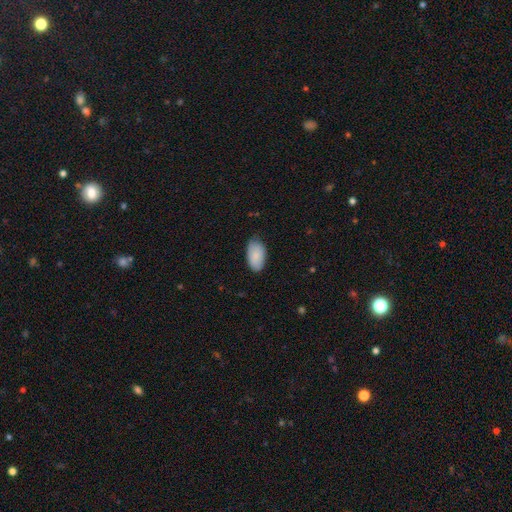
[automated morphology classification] A smooth galaxy with no disk features (87%) that is in between round and cigar-shaped (95%).

Vote fractions:
- Smooth or featured? smooth: 87% / featured or disk: 6% / star or artifact: 6%
- How rounded? in between: 95% / round: 3% / cigar-shaped: 2%
- Merging? none: 73% / minor disturbance: 23% / major disturbance: 3% / merger: 1%